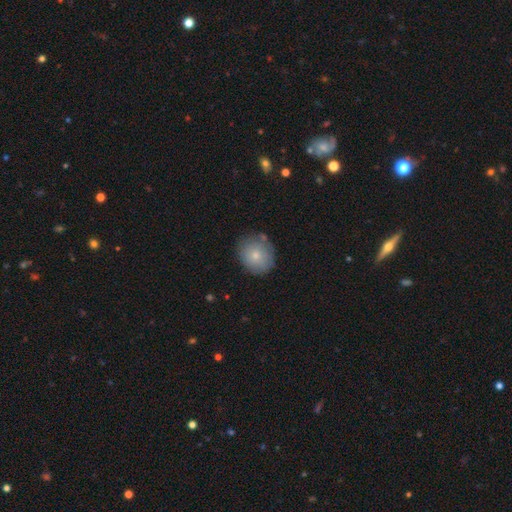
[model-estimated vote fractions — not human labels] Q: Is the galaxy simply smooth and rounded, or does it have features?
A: smooth — 77%.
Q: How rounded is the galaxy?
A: round — 74%.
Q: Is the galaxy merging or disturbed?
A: none — 75%.